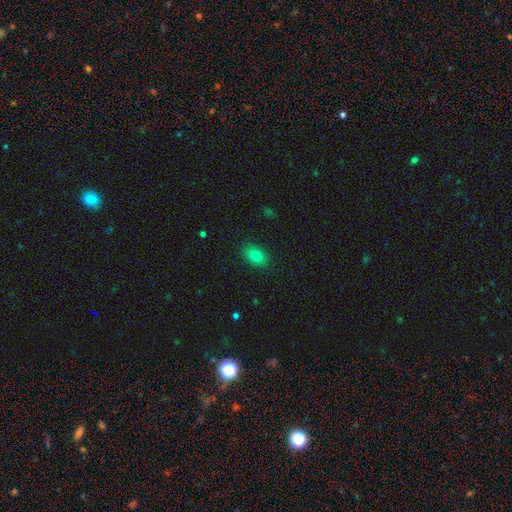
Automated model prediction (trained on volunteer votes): The model was most divided on "how rounded": in between: 78%, round: 21%, cigar-shaped: 1%. More confident: merging — none (88%); smooth or featured — smooth (79%).